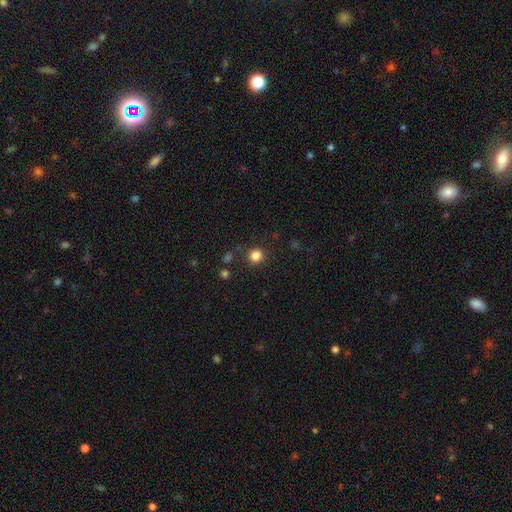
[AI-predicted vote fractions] Q: Smooth or featured?
A: smooth (83%); runner-up: star or artifact (13%)
Q: How rounded?
A: round (91%); runner-up: in between (8%)
Q: Merging?
A: none (88%); runner-up: minor disturbance (7%)